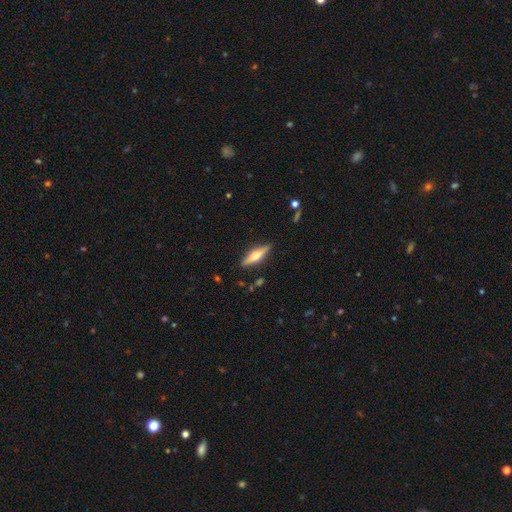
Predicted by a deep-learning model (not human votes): The model was most divided on "smooth or featured": featured or disk: 53%, smooth: 41%, star or artifact: 6%. More confident: edge-on disk — yes (95%); merging — none (88%); edge-on bulge — rounded (88%).